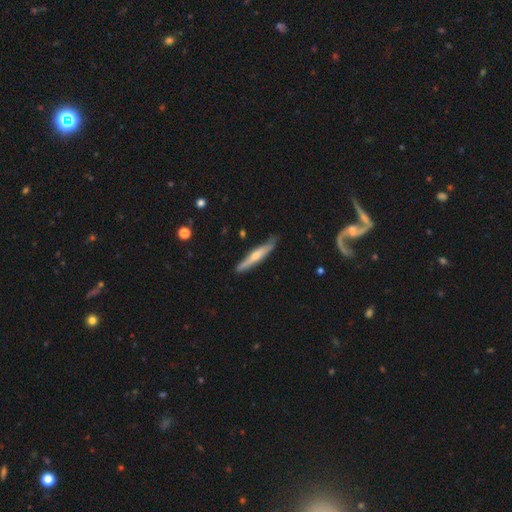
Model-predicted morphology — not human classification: Smooth or featured?
  - featured or disk: 49% *
  - smooth: 46%
  - star or artifact: 5%
Merging?
  - none: 81% *
  - minor disturbance: 16%
  - major disturbance: 2%
  - merger: 2%